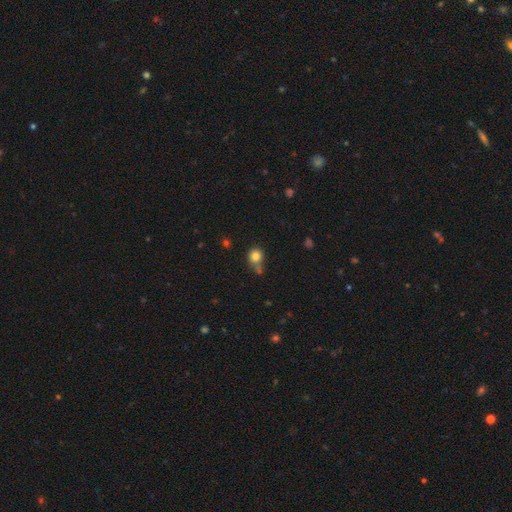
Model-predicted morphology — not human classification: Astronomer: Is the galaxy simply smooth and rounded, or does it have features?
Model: smooth — 82%.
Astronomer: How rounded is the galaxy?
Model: round — 86%.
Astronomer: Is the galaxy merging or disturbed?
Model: none — 56%.